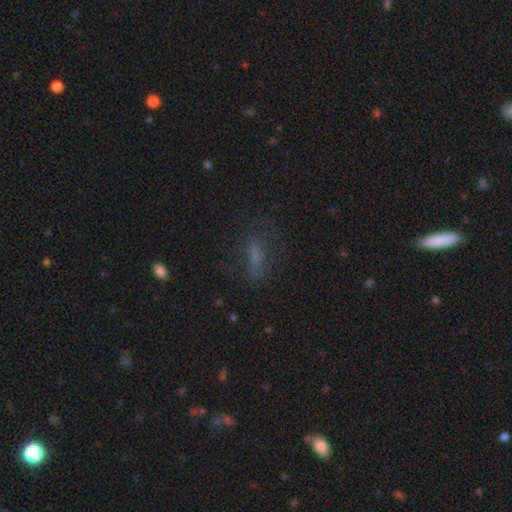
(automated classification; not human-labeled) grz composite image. It shows a smooth galaxy with no disk features (55%) that is cigar-shaped (51%). Merging: none (64%).